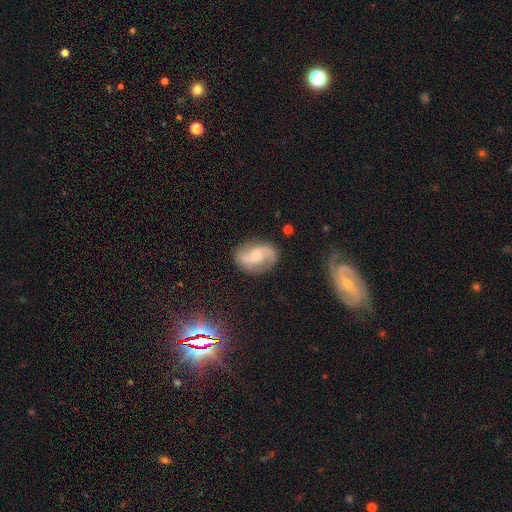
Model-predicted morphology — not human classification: type=featured or disk (79%); edge-on=no (98%); bar=no (48%); spiral arms=yes (95%); winding=medium (48%); arm count=2 (90%); bulge=small (47%); merging=none (76%).